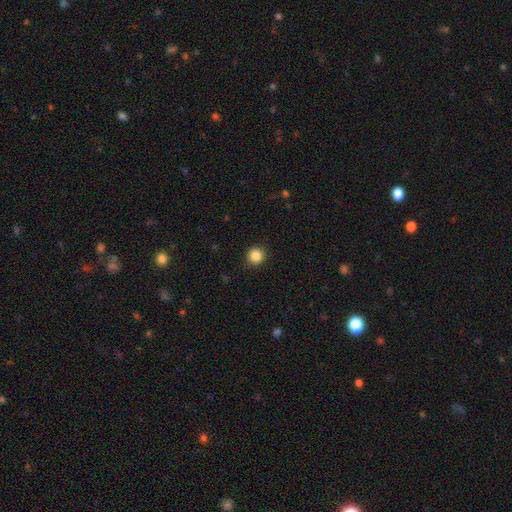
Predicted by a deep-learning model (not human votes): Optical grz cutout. It shows a smooth galaxy with no disk features (86%) that is round (92%). Merging: none (91%).